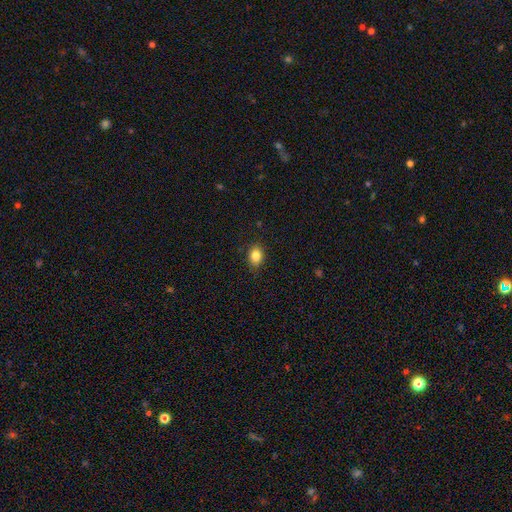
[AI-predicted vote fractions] Q: Smooth or featured?
A: smooth (84%); runner-up: star or artifact (9%)
Q: How rounded?
A: in between (66%); runner-up: round (33%)
Q: Merging?
A: none (83%); runner-up: minor disturbance (13%)